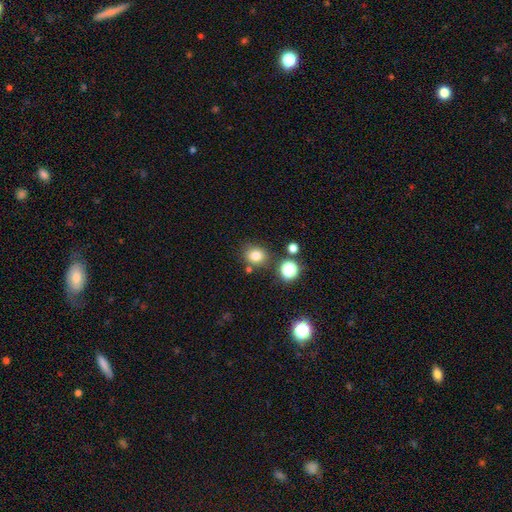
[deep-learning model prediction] Smooth or featured: smooth — 79% (star or artifact — 14%)
How rounded: round — 69% (in between — 30%)
Merging: none — 78% (minor disturbance — 11%)